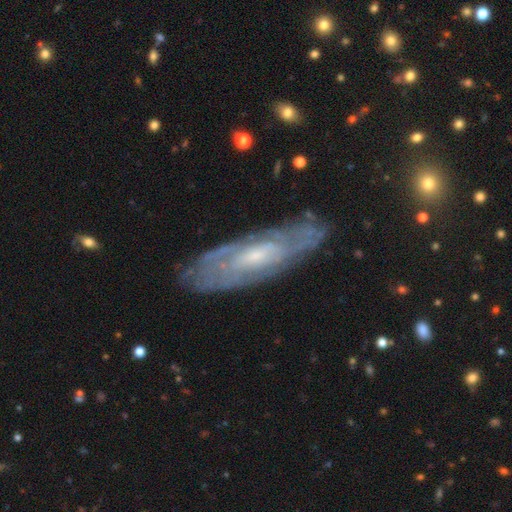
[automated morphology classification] Overall: featured or disk (76%). Edge-on disk: no (74%). Bar: no (52%; weak 39%). Spiral arms: yes (82%). Bulge size: small (60%; moderate 32%). Merging: none (81%).